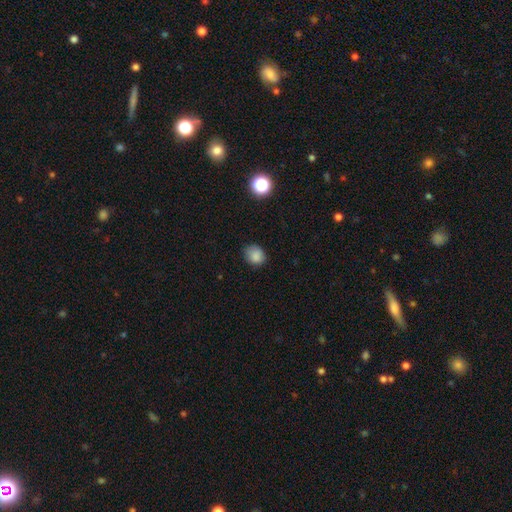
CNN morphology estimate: Overall: smooth (84%). How rounded: round (68%; in between 31%). Merging: none (74%).